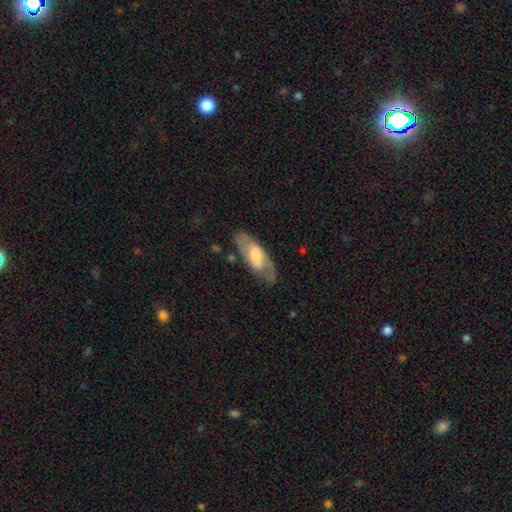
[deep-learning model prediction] featured or disk 56%, smooth 39%, star or artifact 5%. Down the decision tree: edge-on disk — no (82%); merging — none (73%).